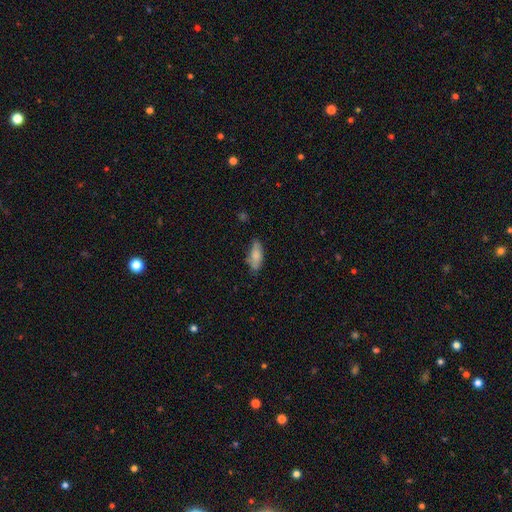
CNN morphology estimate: The model was most divided on "merging": none: 66%, minor disturbance: 26%, major disturbance: 6%, merger: 2%. More confident: how rounded — in between (80%); smooth or featured — smooth (77%).